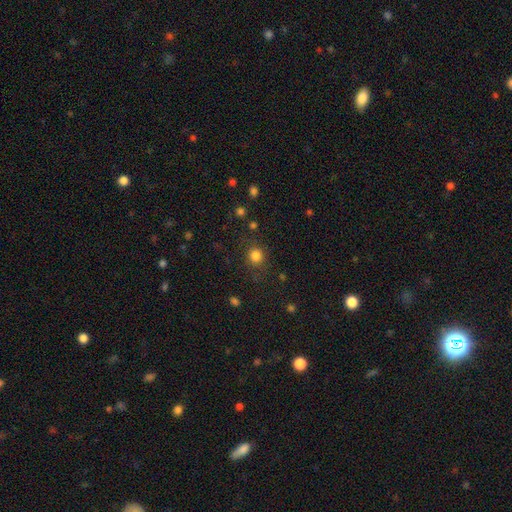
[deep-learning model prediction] smooth_or_featured: smooth (p=0.82) [alt: star or artifact p=0.13]
how_rounded: round (p=0.87) [alt: in between p=0.12]
merging: none (p=0.82) [alt: minor disturbance p=0.11]